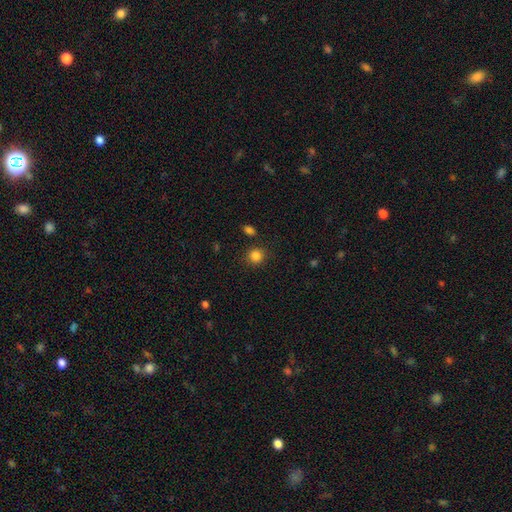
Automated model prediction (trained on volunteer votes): A smooth galaxy with no disk features (84%) that is round (88%). Merging: none (86%).